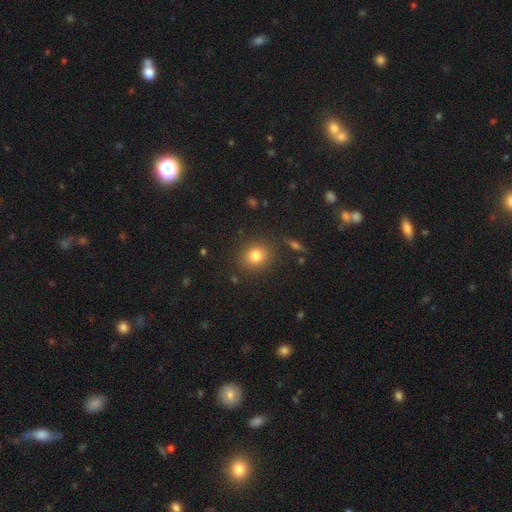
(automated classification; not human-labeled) smooth-or-featured: smooth: 80% | star or artifact: 12% | featured or disk: 8%
  how-rounded: round: 79% | in between: 20% | cigar-shaped: 1%
  merging: none: 87% | minor disturbance: 8% | major disturbance: 3% | merger: 2%